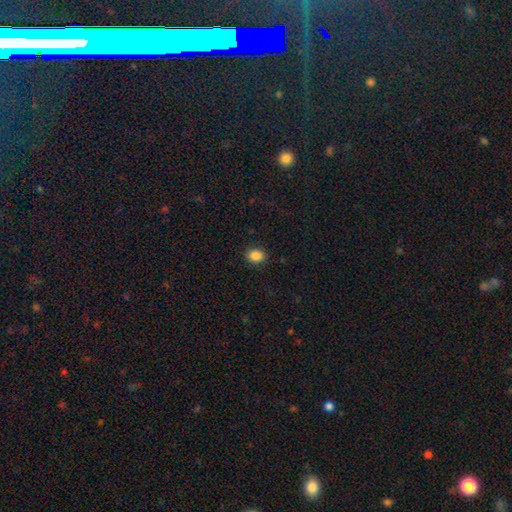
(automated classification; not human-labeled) Smooth or featured?
  - smooth: 87% *
  - star or artifact: 10%
  - featured or disk: 4%
How rounded?
  - round: 52% *
  - in between: 47%
  - cigar-shaped: 1%
Merging?
  - none: 89% *
  - minor disturbance: 8%
  - major disturbance: 2%
  - merger: 1%